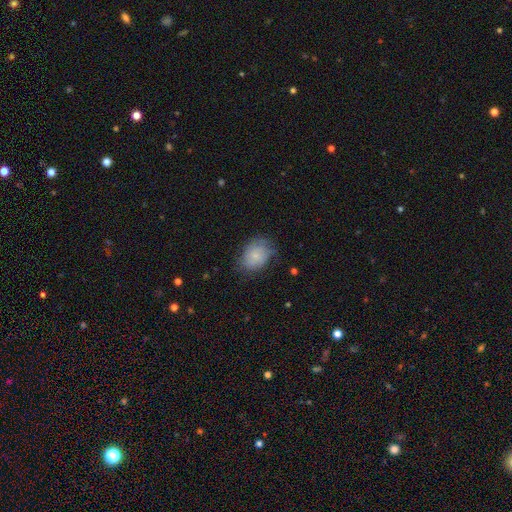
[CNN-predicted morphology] smooth-or-featured: smooth: 67% | featured or disk: 25% | star or artifact: 8%
  how-rounded: in between: 64% | round: 35% | cigar-shaped: 1%
  merging: none: 55% | minor disturbance: 31% | major disturbance: 12% | merger: 1%